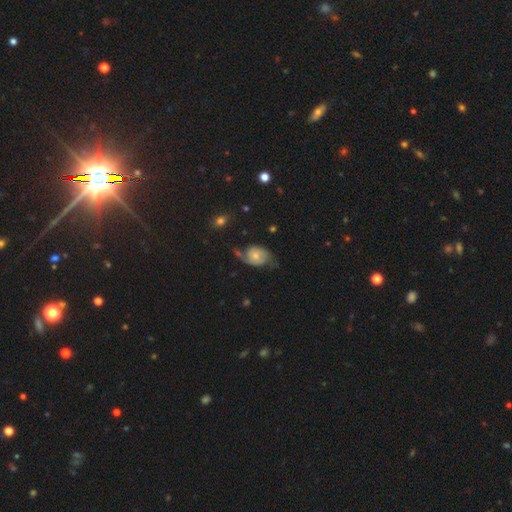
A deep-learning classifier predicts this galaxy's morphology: The model was most divided on "merging": none: 42%, minor disturbance: 31%, major disturbance: 22%, merger: 6%. More confident: edge-on disk — no (96%); spiral arms — yes (82%); bar — no (72%); smooth or featured — featured or disk (55%); bulge size — small (51%).